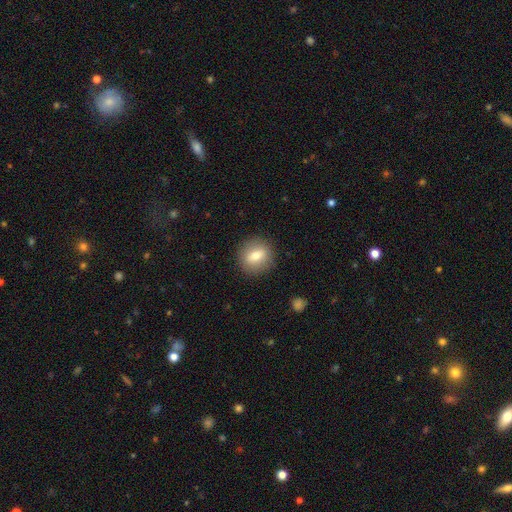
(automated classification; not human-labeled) A smooth galaxy with no disk features (69%) that is round (78%).

Vote fractions:
- Smooth or featured? smooth: 69% / featured or disk: 22% / star or artifact: 9%
- How rounded? round: 78% / in between: 20% / cigar-shaped: 2%
- Merging? none: 88% / minor disturbance: 8% / major disturbance: 3% / merger: 1%